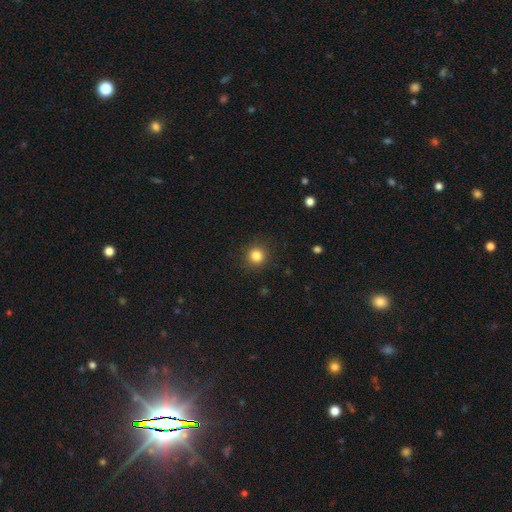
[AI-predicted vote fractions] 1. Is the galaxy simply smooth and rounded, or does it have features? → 83% smooth, 12% star or artifact, 5% featured or disk.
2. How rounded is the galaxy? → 93% round, 6% in between, 1% cigar-shaped.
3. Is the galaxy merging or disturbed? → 91% none, 6% minor disturbance, 2% major disturbance, 1% merger.